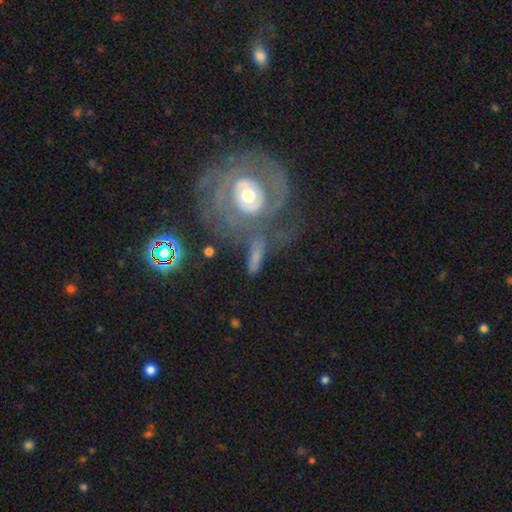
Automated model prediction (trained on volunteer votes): This is possibly a featured or disk galaxy (55%). It is clearly not viewed edge-on (85%). Merging: possibly none (45%).